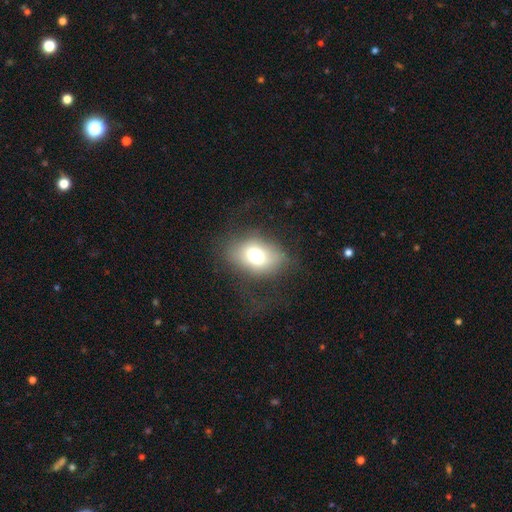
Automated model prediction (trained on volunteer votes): A smooth galaxy with no disk features (70%) that is in between round and cigar-shaped (77%).

Vote fractions:
- Smooth or featured? smooth: 70% / featured or disk: 18% / star or artifact: 11%
- How rounded? in between: 77% / round: 21% / cigar-shaped: 2%
- Merging? none: 62% / minor disturbance: 20% / major disturbance: 17% / merger: 1%